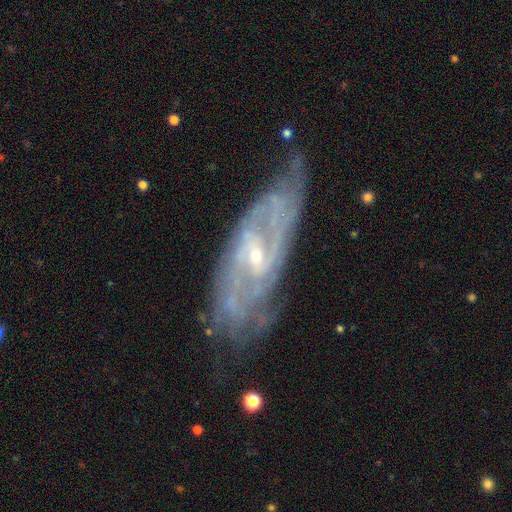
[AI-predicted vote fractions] Smooth or featured?
  - featured or disk: 86% *
  - smooth: 8%
  - star or artifact: 7%
Edge-on disk?
  - no: 86% *
  - yes: 14%
Bar?
  - weak: 46% *
  - no: 31%
  - strong: 24%
Spiral arms?
  - yes: 92% *
  - no: 8%
Spiral winding?
  - tight: 53% *
  - medium: 36%
  - loose: 11%
Spiral arm count?
  - can't tell: 38% *
  - 2: 32%
  - 3: 12%
  - 4: 8%
  - more than 4: 5%
  - 1: 5%
Bulge size?
  - small: 76% *
  - moderate: 20%
  - none: 2%
  - large: 1%
  - dominant: 1%
Merging?
  - none: 68% *
  - minor disturbance: 22%
  - major disturbance: 8%
  - merger: 2%